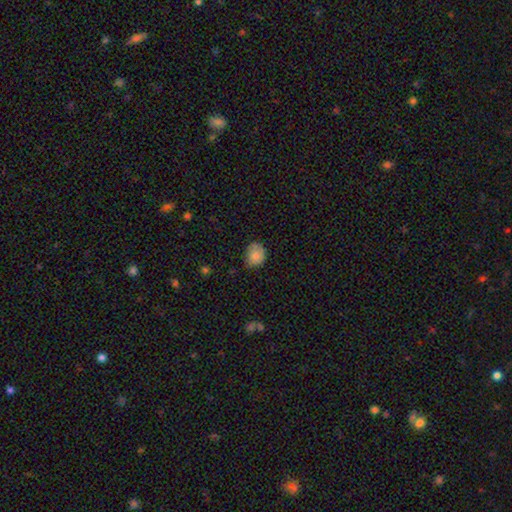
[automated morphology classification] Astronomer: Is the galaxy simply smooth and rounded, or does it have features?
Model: smooth — 82%.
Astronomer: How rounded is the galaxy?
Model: round — 58% (runner-up: in between, 41%).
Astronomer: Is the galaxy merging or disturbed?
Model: none — 66%.